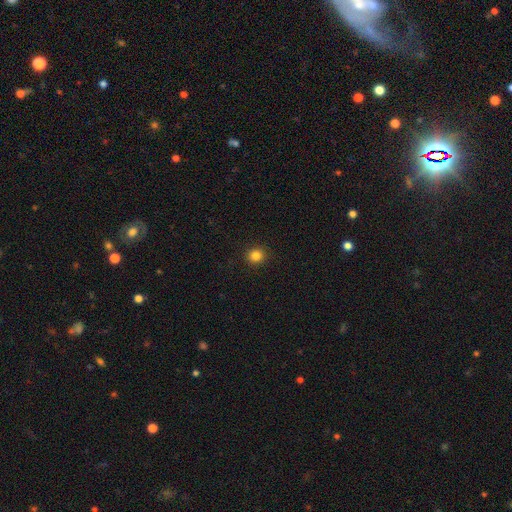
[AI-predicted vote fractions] Morphology: type=smooth (83%); roundness=round (90%); merging=none (92%).